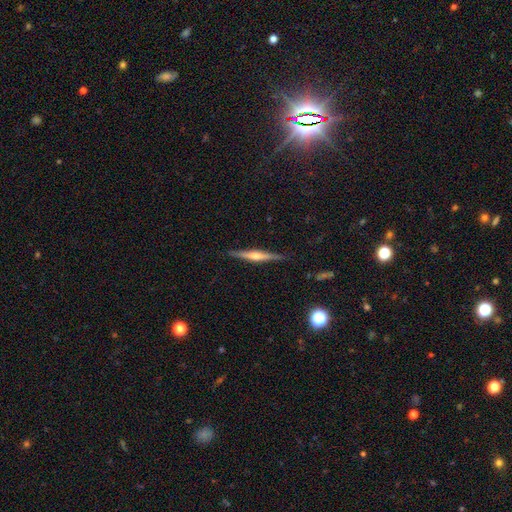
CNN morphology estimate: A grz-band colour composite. It shows a featured or disk galaxy (75%) viewed edge-on (98%) with a rounded central bulge (80%). Merging: none (90%).